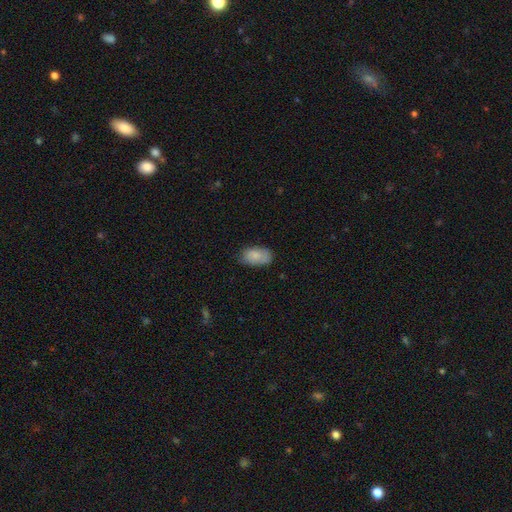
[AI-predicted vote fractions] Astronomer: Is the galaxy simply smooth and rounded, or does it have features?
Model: smooth — 84%.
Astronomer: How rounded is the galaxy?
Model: in between — 92%.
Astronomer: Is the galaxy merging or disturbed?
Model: none — 72%.